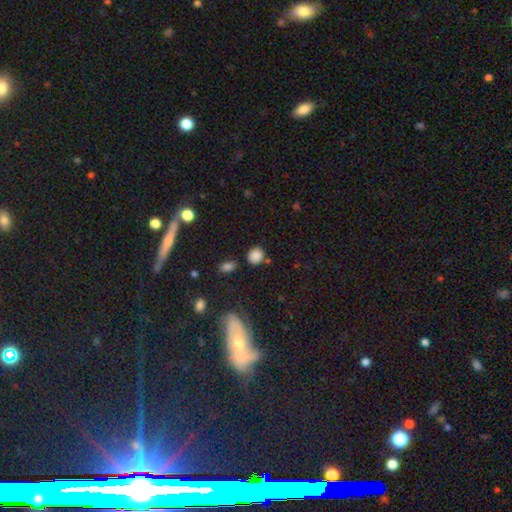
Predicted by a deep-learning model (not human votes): Smooth or featured?
  - smooth: 84% *
  - star or artifact: 11%
  - featured or disk: 4%
How rounded?
  - round: 75% *
  - in between: 24%
  - cigar-shaped: 1%
Merging?
  - none: 77% *
  - minor disturbance: 13%
  - merger: 6%
  - major disturbance: 4%